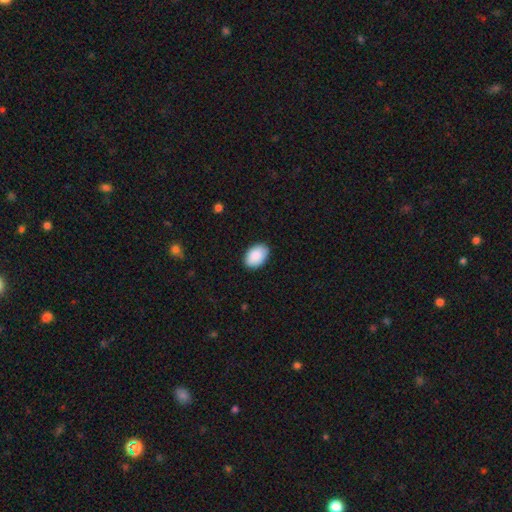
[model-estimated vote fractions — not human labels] Smooth or featured? smooth (90%)
How rounded? in between (89%)
Merging? none (87%)